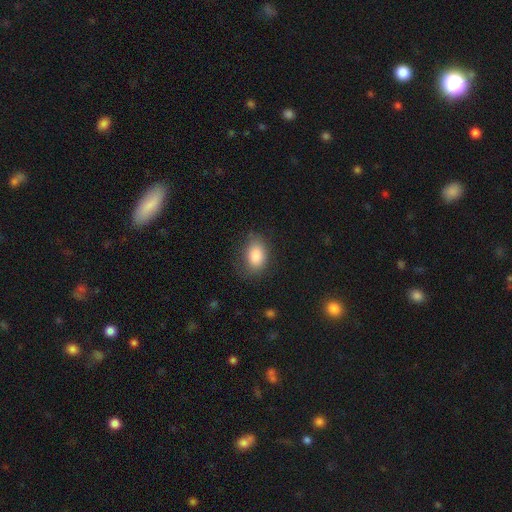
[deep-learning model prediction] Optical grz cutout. It shows a smooth galaxy with no disk features (85%) that is in between round and cigar-shaped (81%). Merging: none (70%).